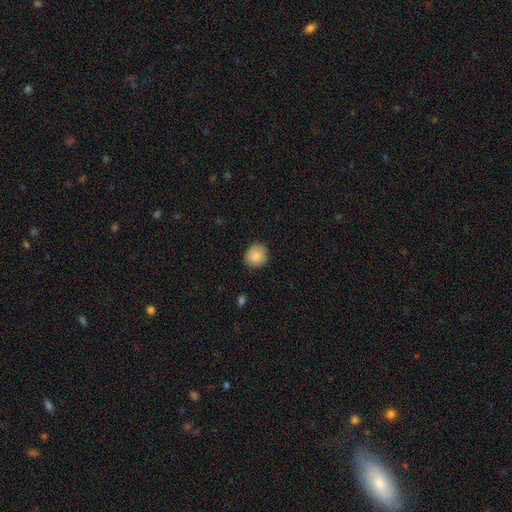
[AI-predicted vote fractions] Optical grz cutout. It shows a smooth galaxy with no disk features (87%) that is round (85%). Merging: none (84%).